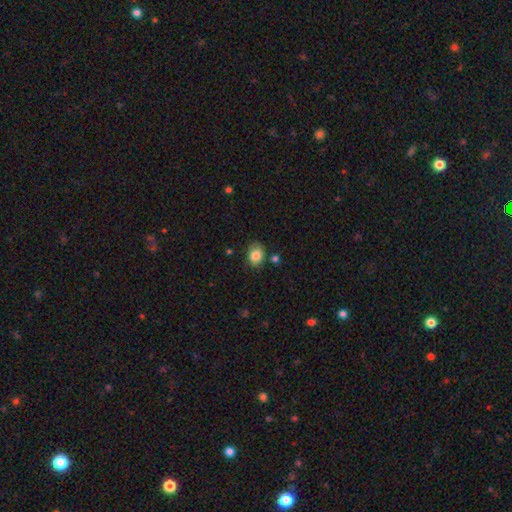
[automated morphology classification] Q: Smooth or featured?
A: smooth (84%); runner-up: star or artifact (9%)
Q: How rounded?
A: in between (54%); runner-up: round (46%)
Q: Merging?
A: none (77%); runner-up: minor disturbance (16%)